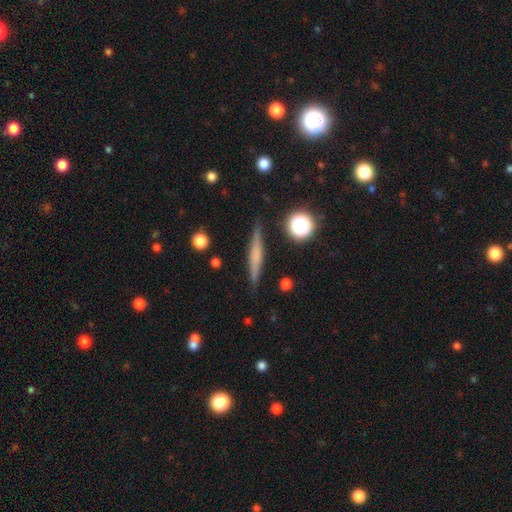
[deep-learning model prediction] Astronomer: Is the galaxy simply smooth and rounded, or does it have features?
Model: featured or disk — 49% (runner-up: smooth, 42%).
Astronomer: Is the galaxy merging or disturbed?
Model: none — 88%.